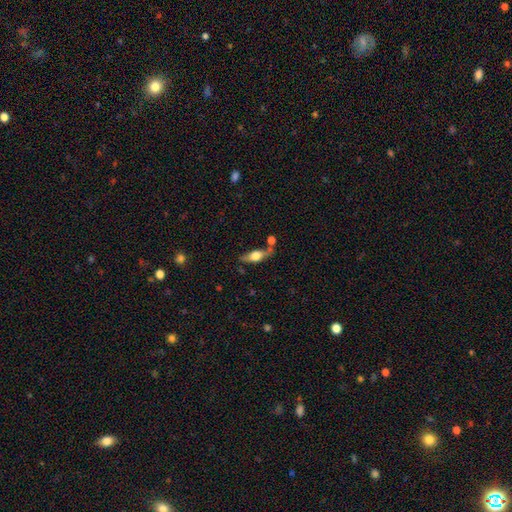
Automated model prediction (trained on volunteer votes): Morphology: type=featured or disk (49%); merging=none (65%).